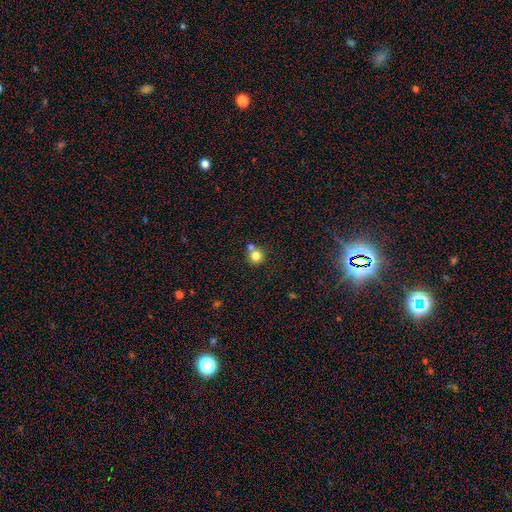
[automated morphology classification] Smooth or featured? Predicted: smooth (p=0.80). How rounded? Predicted: round (p=0.91). Merging? Predicted: none (p=0.55).